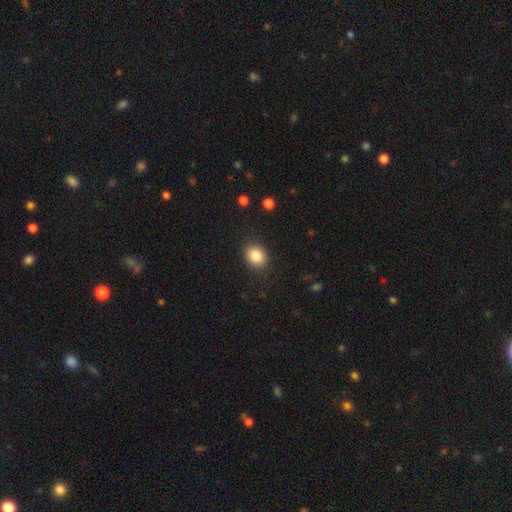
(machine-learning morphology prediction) Q: Smooth or featured?
A: smooth (84%); runner-up: star or artifact (9%)
Q: How rounded?
A: in between (50%); runner-up: round (49%)
Q: Merging?
A: none (87%); runner-up: minor disturbance (9%)